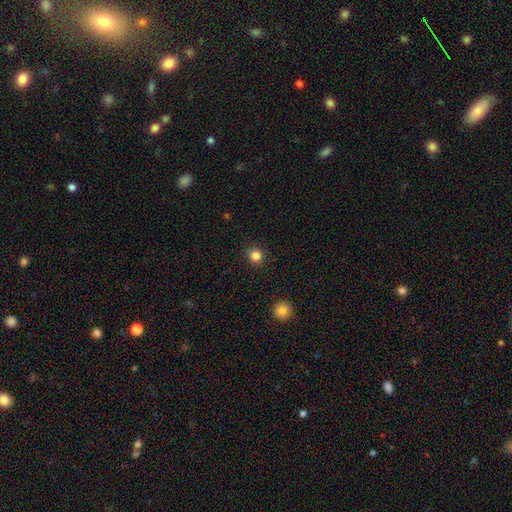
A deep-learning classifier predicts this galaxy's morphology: Overall: smooth (84%). How rounded: round (89%). Merging: none (89%).